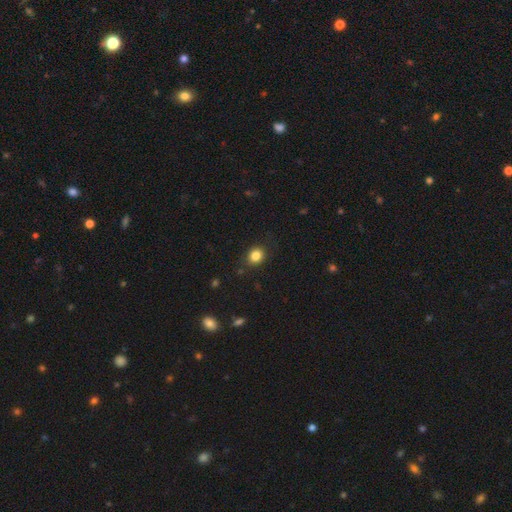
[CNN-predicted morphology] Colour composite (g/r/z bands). It shows a smooth galaxy with no disk features (83%) that is round (66%). Merging: none (85%).